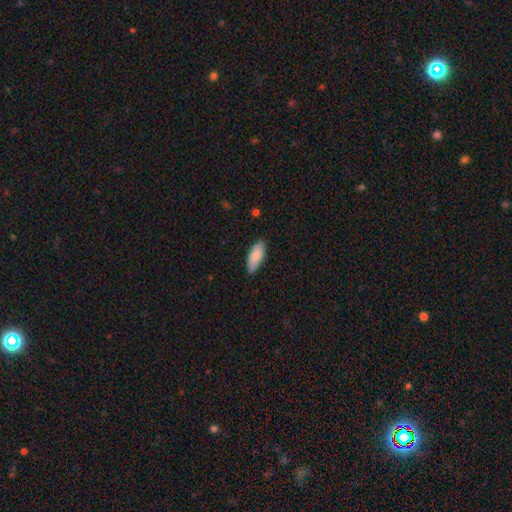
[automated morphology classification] Overall: smooth (85%). How rounded: in between (84%). Merging: none (80%).